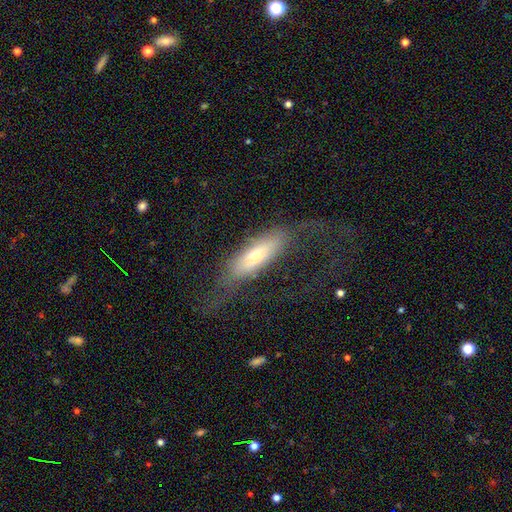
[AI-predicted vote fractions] Smooth or featured?
  - smooth: 46% * (tied)
  - featured or disk: 46% * (tied)
  - star or artifact: 8%
Merging?
  - none: 43% *
  - major disturbance: 37%
  - minor disturbance: 18%
  - merger: 2%